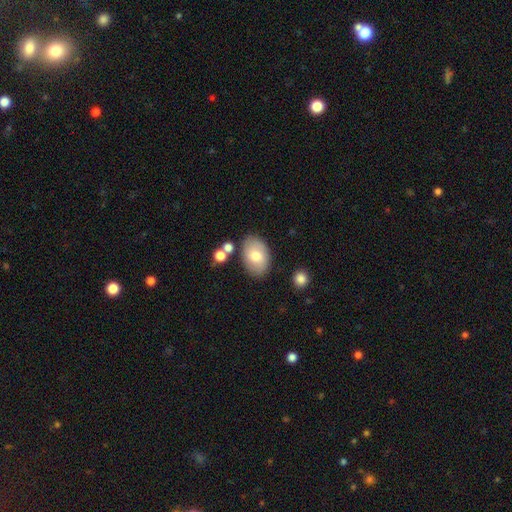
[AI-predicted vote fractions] Q: Smooth or featured?
A: smooth (74%); runner-up: featured or disk (19%)
Q: How rounded?
A: in between (86%); runner-up: round (12%)
Q: Merging?
A: none (78%); runner-up: minor disturbance (13%)